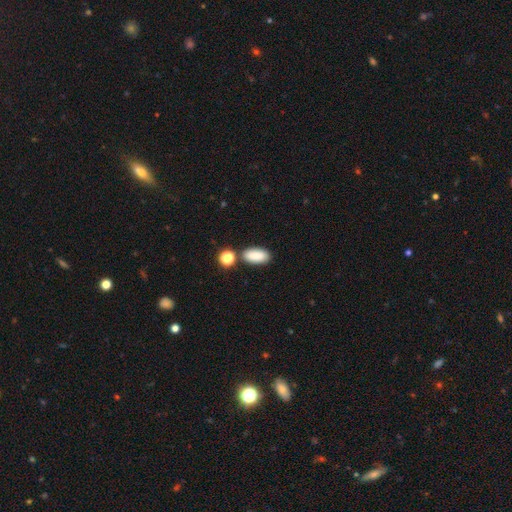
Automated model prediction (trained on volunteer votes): The model was most divided on "merging": none: 76%, minor disturbance: 11%, merger: 10%, major disturbance: 3%. More confident: how rounded — in between (90%); smooth or featured — smooth (87%).